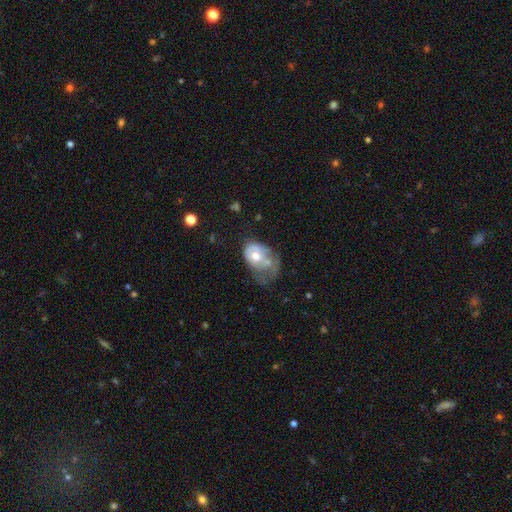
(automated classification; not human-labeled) This appears to be a smooth galaxy with no disk features (51%) that is in between round and cigar-shaped (69%). Merging: major disturbance (44%).